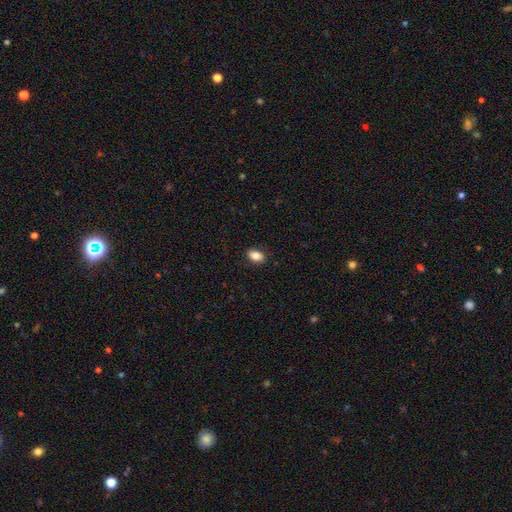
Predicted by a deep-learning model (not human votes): This is clearly a smooth galaxy (83%). How rounded: clearly in between (86%). Merging: clearly none (88%).